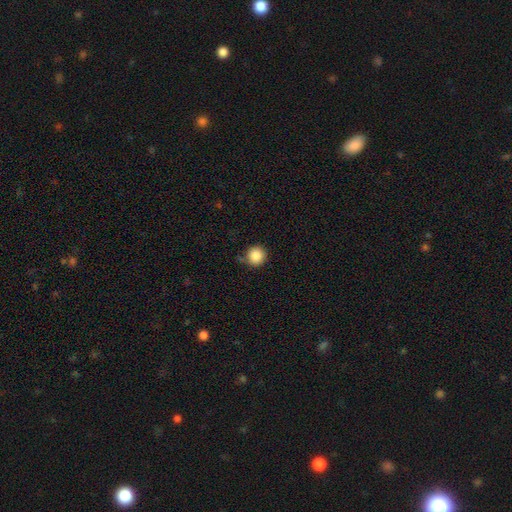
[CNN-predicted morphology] smooth-or-featured: smooth: 86% | star or artifact: 10% | featured or disk: 4%
  how-rounded: round: 94% | in between: 5% | cigar-shaped: 1%
  merging: none: 78% | minor disturbance: 14% | merger: 4% | major disturbance: 3%